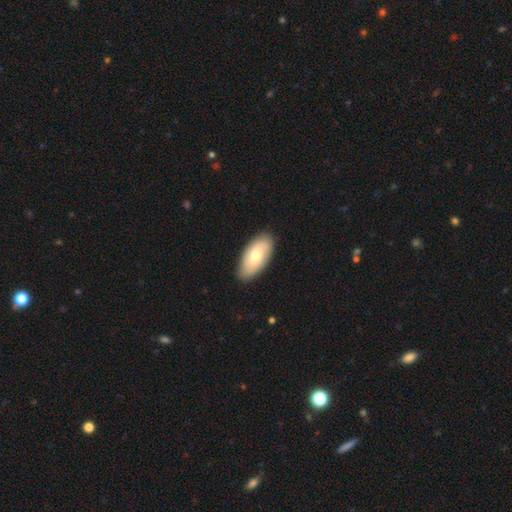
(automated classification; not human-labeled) Overall: smooth (68%). How rounded: in between (92%). Merging: none (85%).